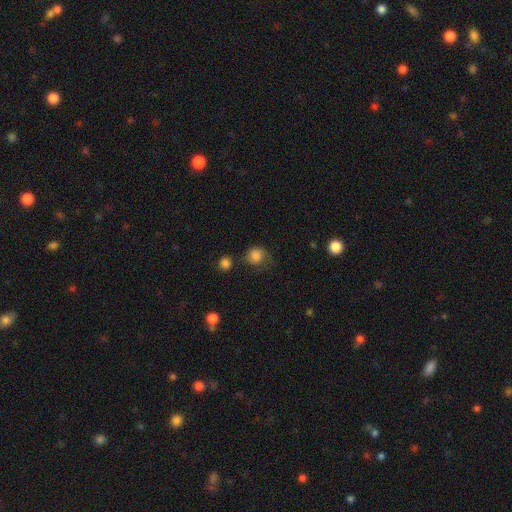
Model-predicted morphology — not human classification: A smooth galaxy with no disk features (82%) that is round (86%).

Vote fractions:
- Smooth or featured? smooth: 82% / star or artifact: 10% / featured or disk: 7%
- How rounded? round: 86% / in between: 13% / cigar-shaped: 1%
- Merging? none: 56% / minor disturbance: 24% / major disturbance: 13% / merger: 7%